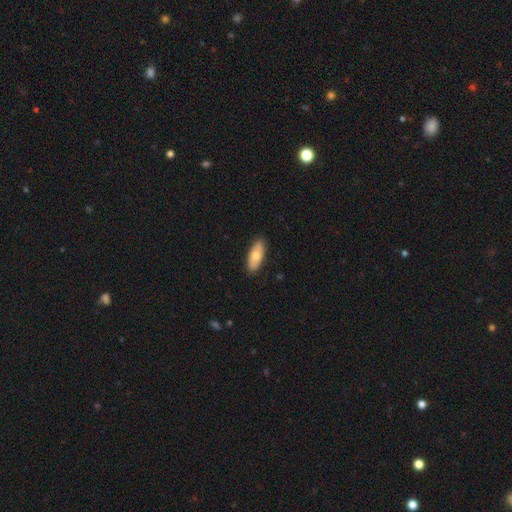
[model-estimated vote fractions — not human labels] This appears to be a smooth galaxy with no disk features (69%) that is in between round and cigar-shaped (74%). Merging: none (89%).